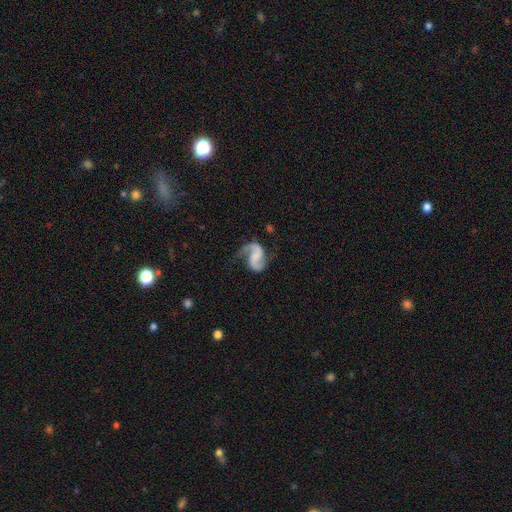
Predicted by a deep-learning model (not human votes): A featured or disk galaxy (86%) with no bar (44%), 2 (89%) loose (54%) spiral arms (97%) and no central bulge (62%).

Vote fractions:
- Smooth or featured? featured or disk: 86% / smooth: 8% / star or artifact: 5%
- Edge-on disk? no: 98% / yes: 2%
- Bar? no: 44% / weak: 38% / strong: 18%
- Spiral arms? yes: 97% / no: 3%
- Spiral winding? loose: 54% / medium: 37% / tight: 9%
- Spiral arm count? 2: 89% / 1: 7% / can't tell: 2% / 3: 1% / 4: 1% / more than 4: 1%
- Bulge size? none: 62% / small: 18% / moderate: 12% / large: 6% / dominant: 2%
- Merging? none: 62% / minor disturbance: 20% / major disturbance: 16% / merger: 2%